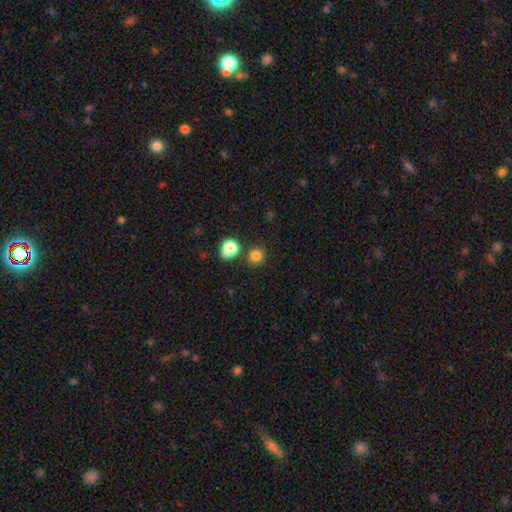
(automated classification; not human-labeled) Q: Smooth or featured?
A: smooth (81%); runner-up: star or artifact (14%)
Q: How rounded?
A: round (90%); runner-up: in between (9%)
Q: Merging?
A: none (80%); runner-up: merger (9%)